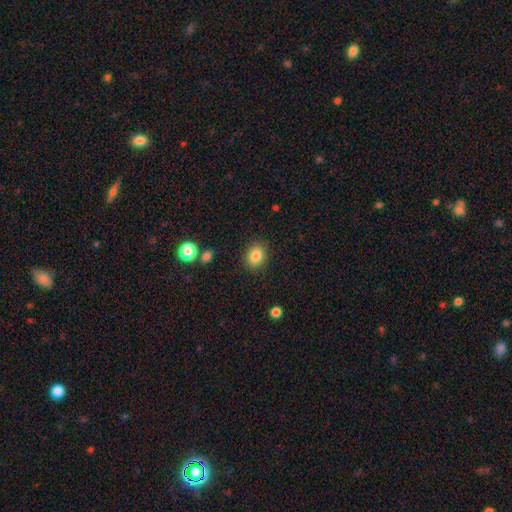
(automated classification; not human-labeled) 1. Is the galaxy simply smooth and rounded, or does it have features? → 84% smooth, 10% star or artifact, 7% featured or disk.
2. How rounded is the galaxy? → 52% in between, 47% round, 1% cigar-shaped.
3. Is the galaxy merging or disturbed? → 86% none, 10% minor disturbance, 3% major disturbance, 2% merger.